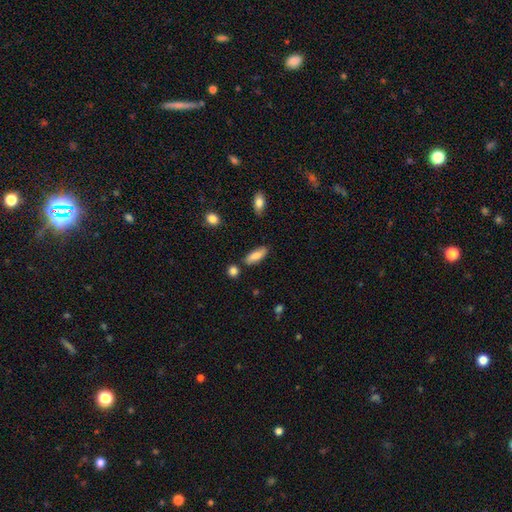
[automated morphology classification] This is clearly a smooth galaxy (81%). How rounded: likely in between (68%). Merging: likely none (79%).